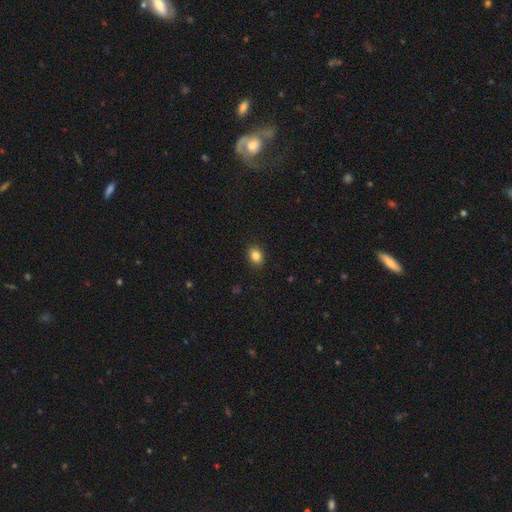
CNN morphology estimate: The model was most divided on "how rounded": in between: 59%, round: 40%, cigar-shaped: 1%. More confident: merging — none (88%); smooth or featured — smooth (85%).